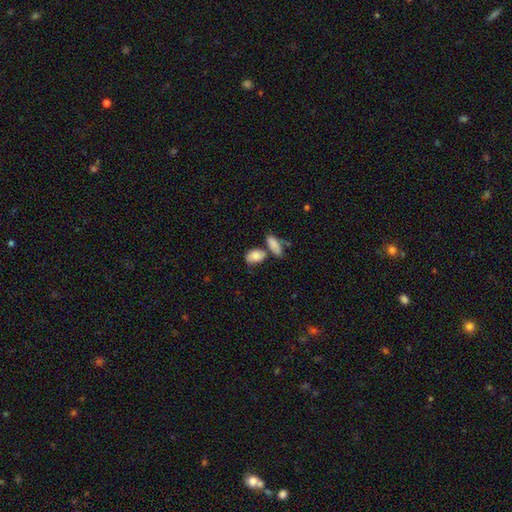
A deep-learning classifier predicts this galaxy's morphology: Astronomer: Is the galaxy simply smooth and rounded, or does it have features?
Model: smooth — 82%.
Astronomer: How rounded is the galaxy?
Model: in between — 86%.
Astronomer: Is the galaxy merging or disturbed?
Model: none — 43% (runner-up: merger, 33%).